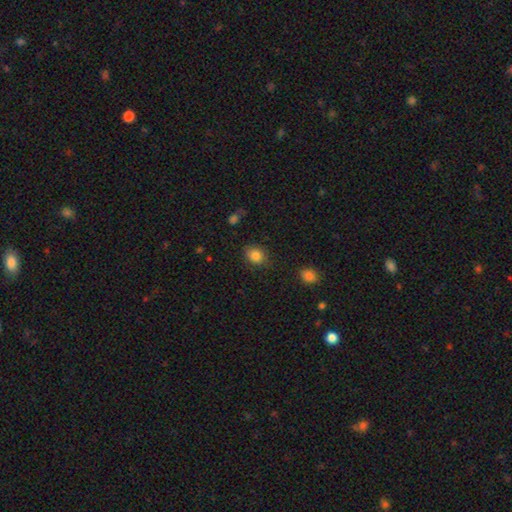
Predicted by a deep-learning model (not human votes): Overall: smooth (85%). How rounded: in between (56%; round 43%). Merging: none (82%).